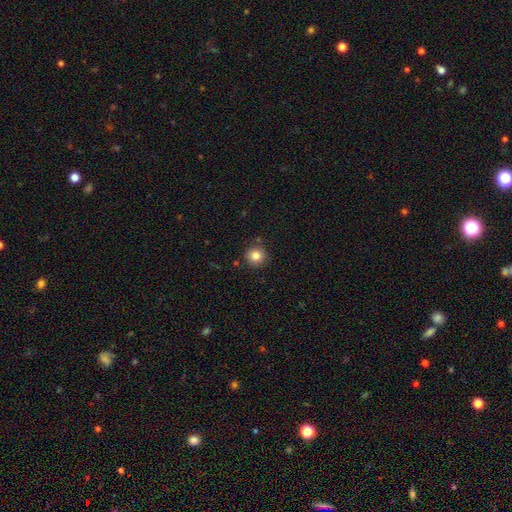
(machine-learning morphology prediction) The model was most divided on "smooth or featured": smooth: 83%, star or artifact: 11%, featured or disk: 7%. More confident: how rounded — round (93%); merging — none (86%).